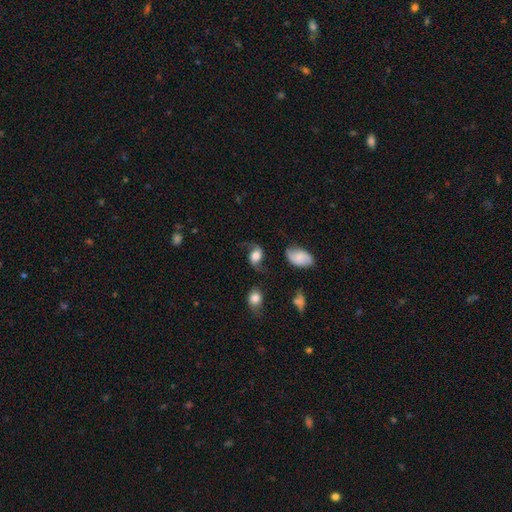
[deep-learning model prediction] smooth_or_featured: featured or disk (p=0.59) [alt: smooth p=0.31]
disk_edge_on: no (p=0.95) [alt: yes p=0.05]
bar: no (p=0.62) [alt: weak p=0.29]
has_spiral_arms: yes (p=0.90) [alt: no p=0.10]
spiral_winding: loose (p=0.75) [alt: medium p=0.20]
spiral_arm_count: 2 (p=0.91) [alt: 1 p=0.04]
bulge_size: large (p=0.46) [alt: moderate p=0.24]
merging: none (p=0.61) [alt: minor disturbance p=0.22]